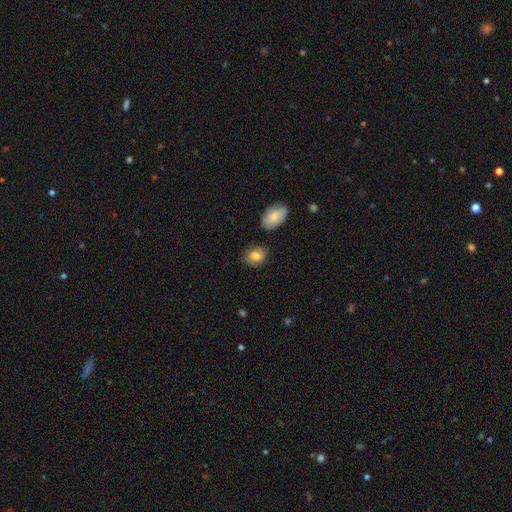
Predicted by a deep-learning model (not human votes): smooth-or-featured: smooth: 82% | featured or disk: 10% | star or artifact: 8%
  how-rounded: in between: 63% | round: 36% | cigar-shaped: 1%
  merging: none: 80% | minor disturbance: 13% | merger: 5% | major disturbance: 3%